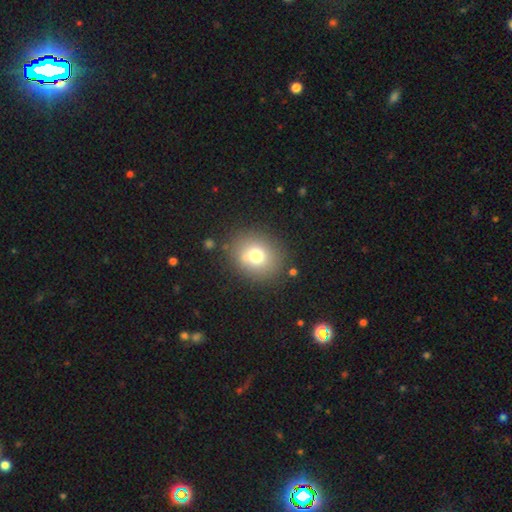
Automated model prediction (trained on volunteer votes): Smooth or featured: smooth — 74% (featured or disk — 14%)
How rounded: round — 70% (in between — 30%)
Merging: none — 81% (minor disturbance — 11%)